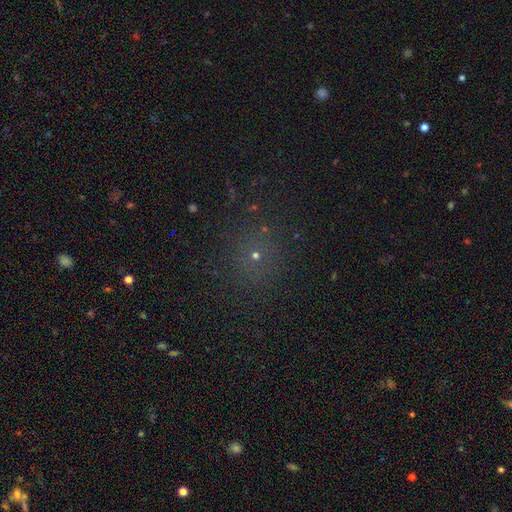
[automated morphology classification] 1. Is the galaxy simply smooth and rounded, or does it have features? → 55% smooth, 34% star or artifact, 11% featured or disk.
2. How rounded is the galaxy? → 90% round, 9% in between, 1% cigar-shaped.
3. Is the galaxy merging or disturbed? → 85% none, 9% minor disturbance, 4% major disturbance, 2% merger.